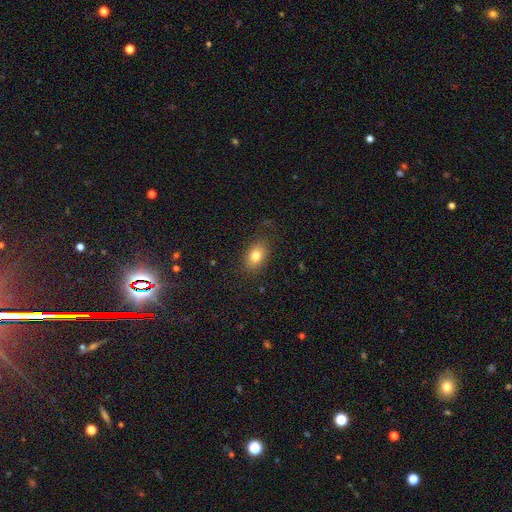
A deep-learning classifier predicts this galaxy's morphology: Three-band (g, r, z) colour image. It shows a smooth galaxy with no disk features (80%) that is in between round and cigar-shaped (81%). Merging: none (80%).